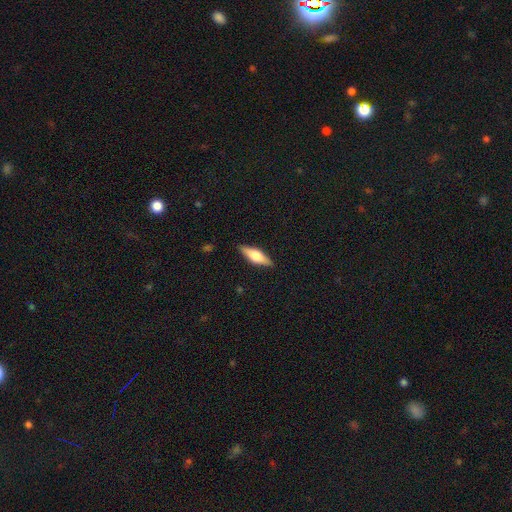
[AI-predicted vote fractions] smooth_or_featured: featured or disk (p=0.47) [alt: smooth p=0.46]
merging: none (p=0.88) [alt: minor disturbance p=0.09]